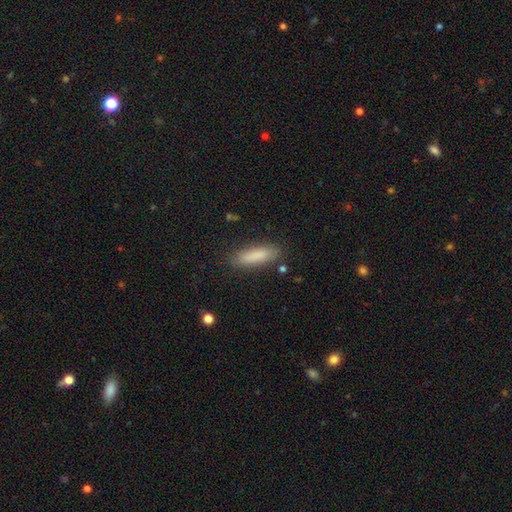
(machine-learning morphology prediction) Smooth or featured: smooth — 85% (featured or disk — 8%)
How rounded: cigar-shaped — 60% (in between — 39%)
Merging: none — 85% (minor disturbance — 10%)